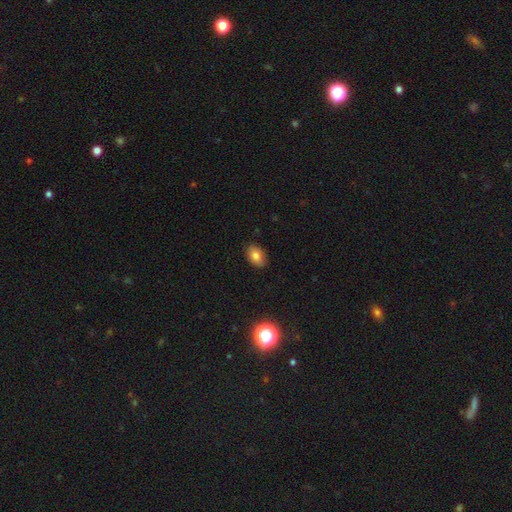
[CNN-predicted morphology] This is clearly a smooth galaxy (81%). How rounded: clearly in between (85%). Merging: clearly none (85%).